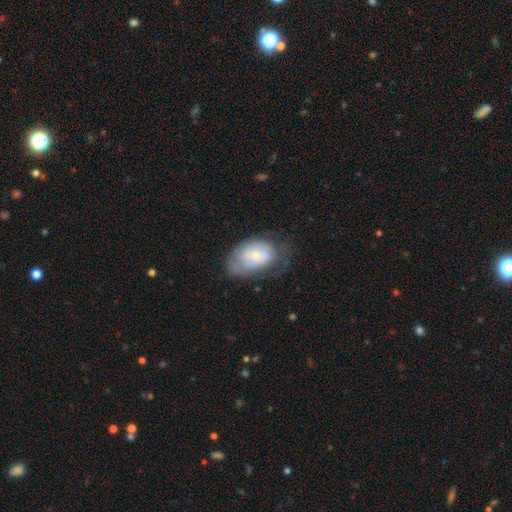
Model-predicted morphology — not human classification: A featured or disk galaxy (48%). Merging: none (49%).